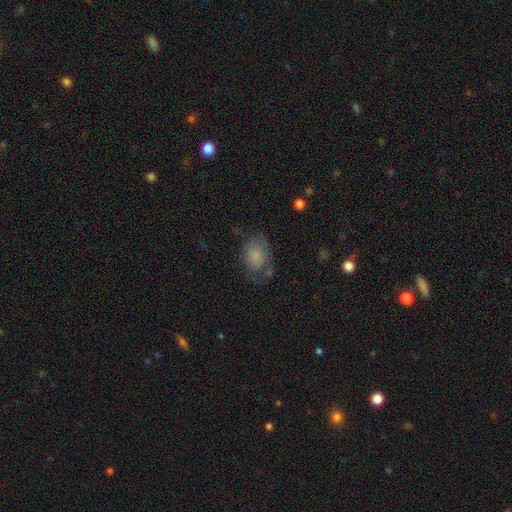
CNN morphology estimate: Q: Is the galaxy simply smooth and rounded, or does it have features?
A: smooth — 72%.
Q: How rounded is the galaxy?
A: in between — 76%.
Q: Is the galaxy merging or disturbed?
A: none — 48%.